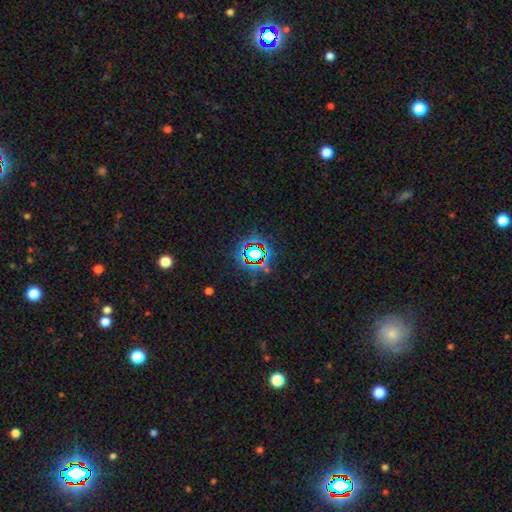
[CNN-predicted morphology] type=star or artifact (73%).